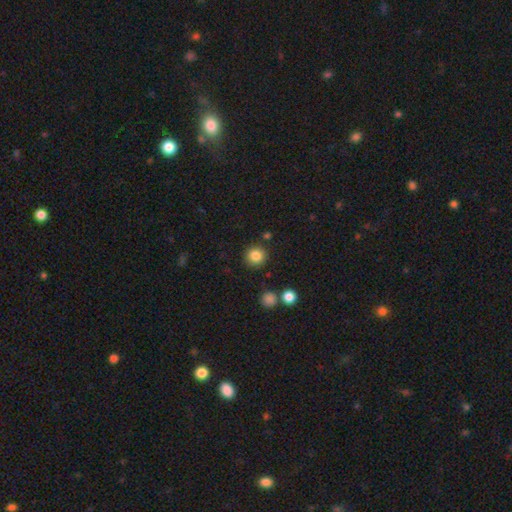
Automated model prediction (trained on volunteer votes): Smooth or featured: smooth — 85% (star or artifact — 10%)
How rounded: round — 92% (in between — 7%)
Merging: none — 87% (minor disturbance — 7%)